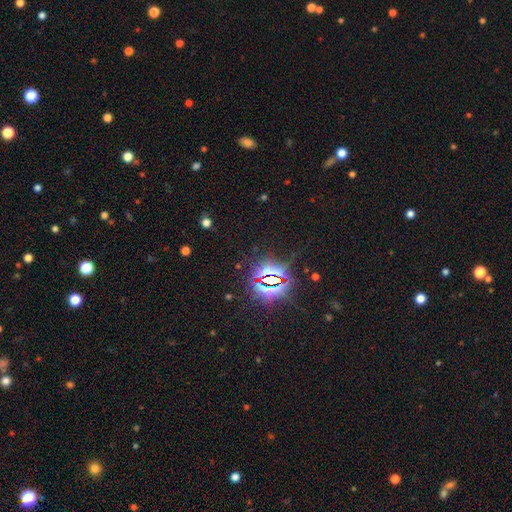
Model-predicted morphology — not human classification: Smooth or featured? star or artifact (85%)